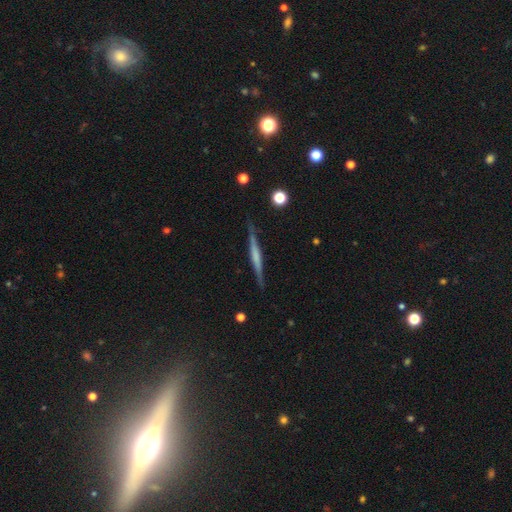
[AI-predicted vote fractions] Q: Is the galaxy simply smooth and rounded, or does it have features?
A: featured or disk — 63%.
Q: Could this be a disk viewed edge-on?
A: yes — 97%.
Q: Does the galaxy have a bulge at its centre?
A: none — 46%.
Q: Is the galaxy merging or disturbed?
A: none — 87%.